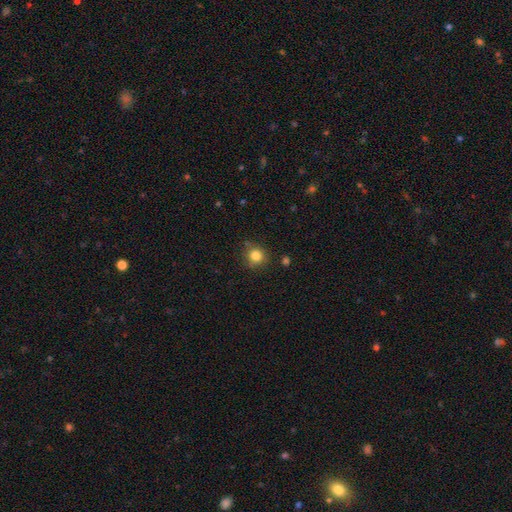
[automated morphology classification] type=smooth (83%); roundness=round (90%); merging=none (78%).